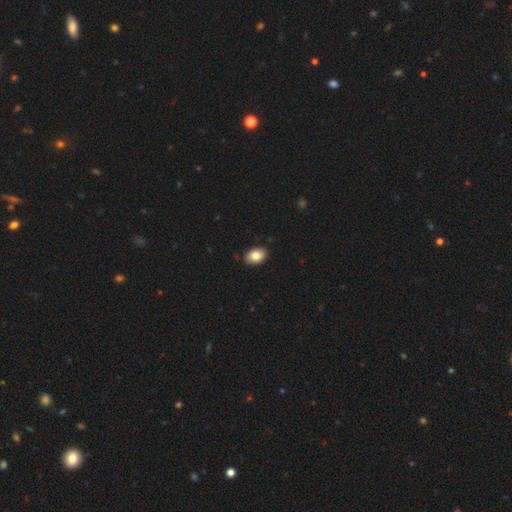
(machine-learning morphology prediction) Smooth or featured? smooth (85%)
How rounded? in between (86%)
Merging? none (89%)